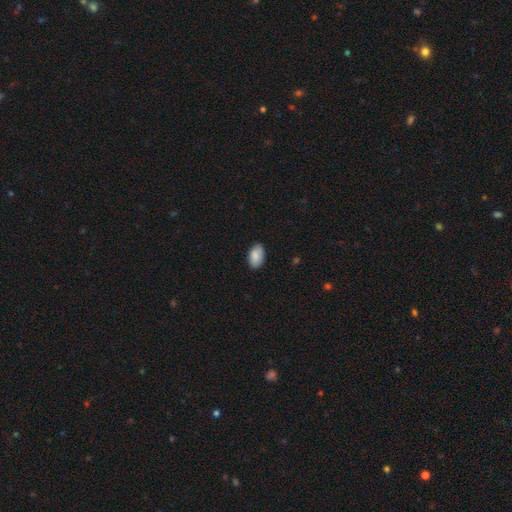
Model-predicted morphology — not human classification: Q: Smooth or featured?
A: smooth (87%); runner-up: featured or disk (7%)
Q: How rounded?
A: in between (94%); runner-up: round (5%)
Q: Merging?
A: none (85%); runner-up: minor disturbance (12%)